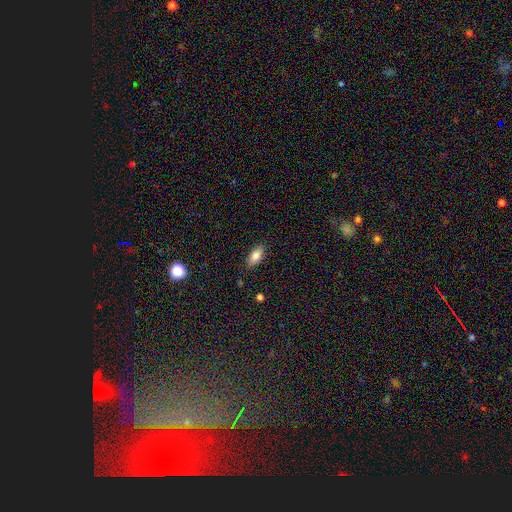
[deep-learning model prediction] Overall: smooth (81%). How rounded: in between (85%). Merging: none (85%).